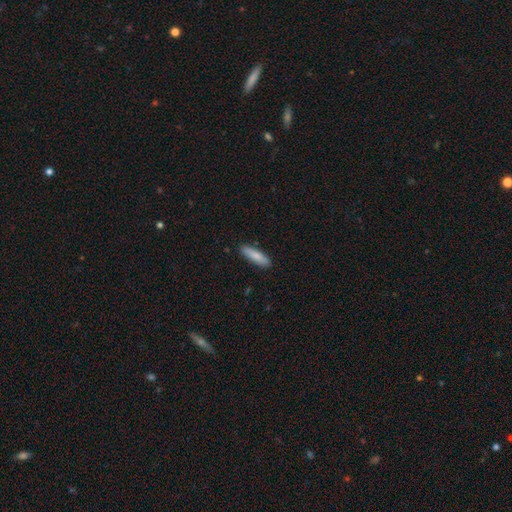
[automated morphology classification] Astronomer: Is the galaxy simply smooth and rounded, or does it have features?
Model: smooth — 83%.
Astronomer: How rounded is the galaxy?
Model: cigar-shaped — 69%.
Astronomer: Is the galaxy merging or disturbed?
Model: none — 89%.